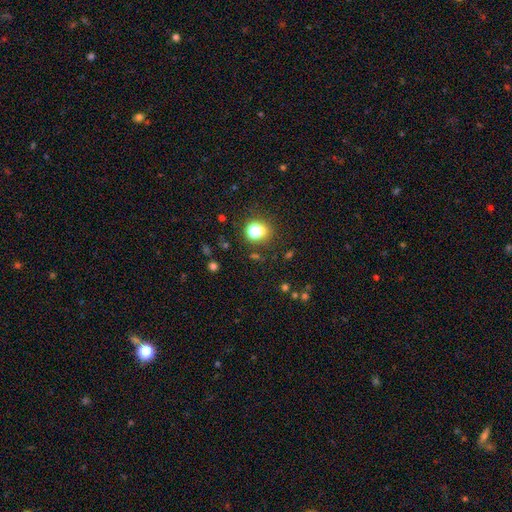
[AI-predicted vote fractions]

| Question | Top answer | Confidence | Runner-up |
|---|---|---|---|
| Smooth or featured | smooth | 59% | star or artifact (35%) |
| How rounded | round | 72% | in between (27%) |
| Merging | none | 82% | minor disturbance (10%) |